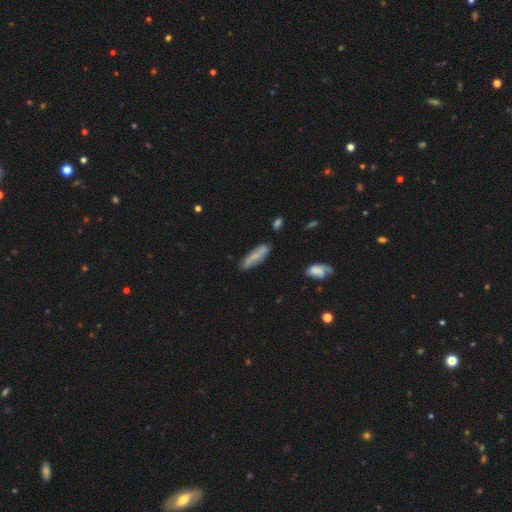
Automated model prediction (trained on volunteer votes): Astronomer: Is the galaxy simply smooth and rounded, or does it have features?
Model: smooth — 53% (runner-up: featured or disk, 40%).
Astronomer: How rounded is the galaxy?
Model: cigar-shaped — 53% (runner-up: in between, 45%).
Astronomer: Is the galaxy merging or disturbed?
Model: none — 80%.